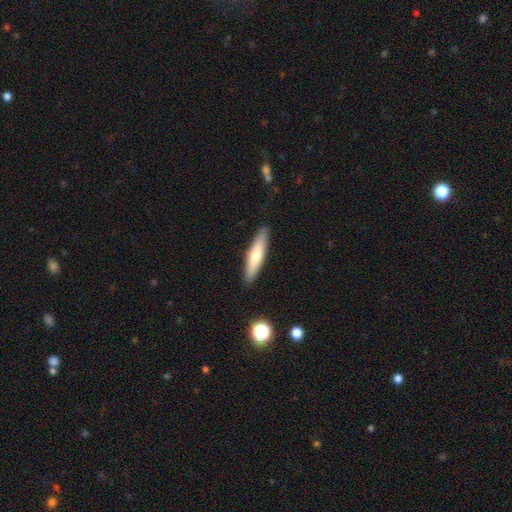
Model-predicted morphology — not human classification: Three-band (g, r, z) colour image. It shows a smooth galaxy with no disk features (68%) that is cigar-shaped (83%). Merging: none (89%).